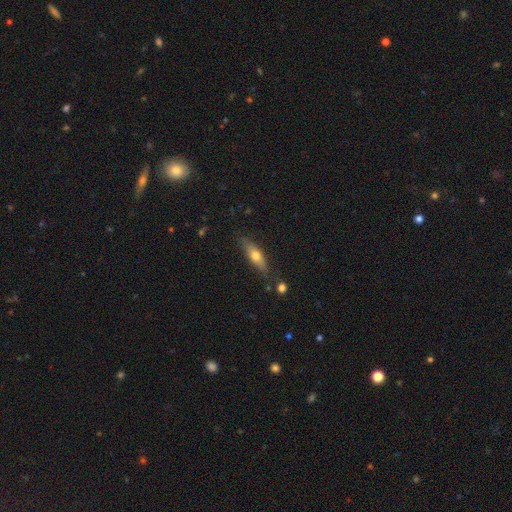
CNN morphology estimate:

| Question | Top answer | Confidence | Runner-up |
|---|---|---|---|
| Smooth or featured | smooth | 55% | featured or disk (38%) |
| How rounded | cigar-shaped | 59% | in between (38%) |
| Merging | none | 79% | minor disturbance (15%) |